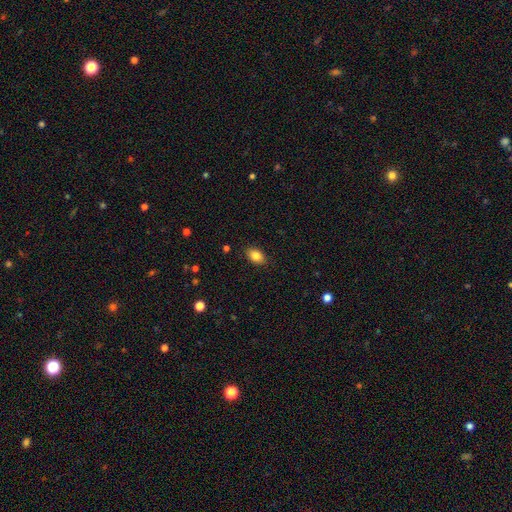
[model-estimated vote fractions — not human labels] Smooth or featured? Predicted: smooth (p=0.84). How rounded? Predicted: in between (p=0.85). Merging? Predicted: none (p=0.87).